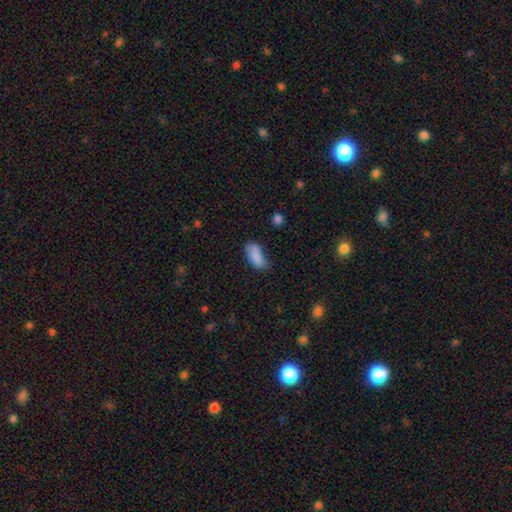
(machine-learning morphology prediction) Smooth or featured? Predicted: smooth (p=0.85). How rounded? Predicted: in between (p=0.88). Merging? Predicted: none (p=0.49).